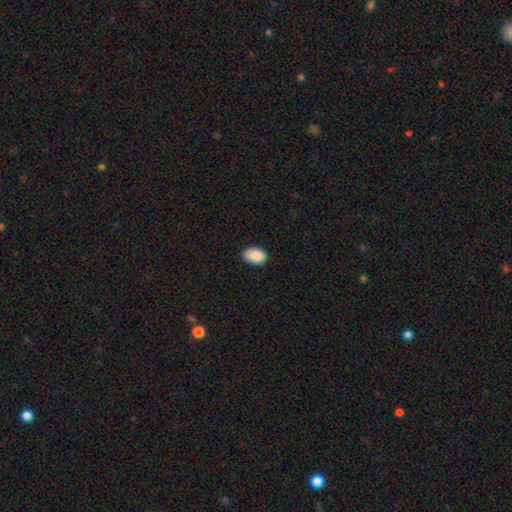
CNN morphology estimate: Smooth or featured?
  - smooth: 90% *
  - star or artifact: 7%
  - featured or disk: 3%
How rounded?
  - in between: 91% *
  - round: 8%
  - cigar-shaped: 1%
Merging?
  - none: 84% *
  - minor disturbance: 13%
  - major disturbance: 2%
  - merger: 1%